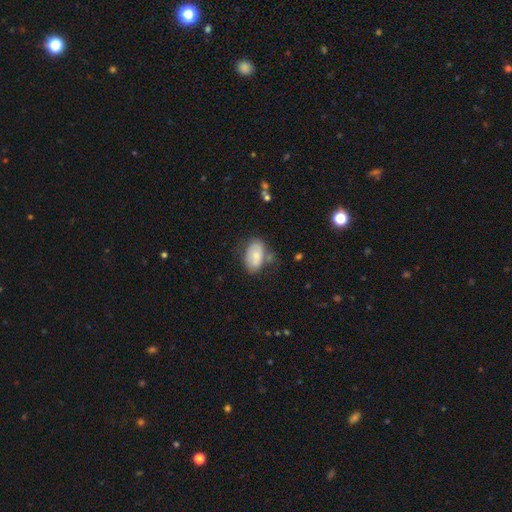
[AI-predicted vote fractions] smooth_or_featured: smooth (p=0.71) [alt: featured or disk p=0.22]
how_rounded: in between (p=0.92) [alt: round p=0.06]
merging: none (p=0.57) [alt: minor disturbance p=0.26]